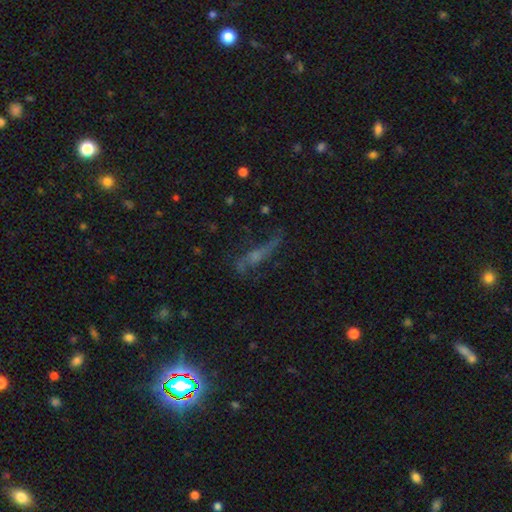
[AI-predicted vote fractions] A featured or disk galaxy (53%) viewed edge-on (50%, tied with no). Merging: none (58%).